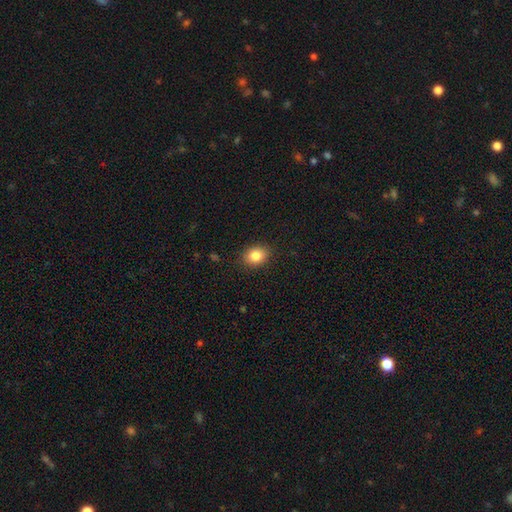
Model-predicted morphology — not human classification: Overall: smooth (85%). How rounded: in between (58%; round 41%). Merging: none (87%).